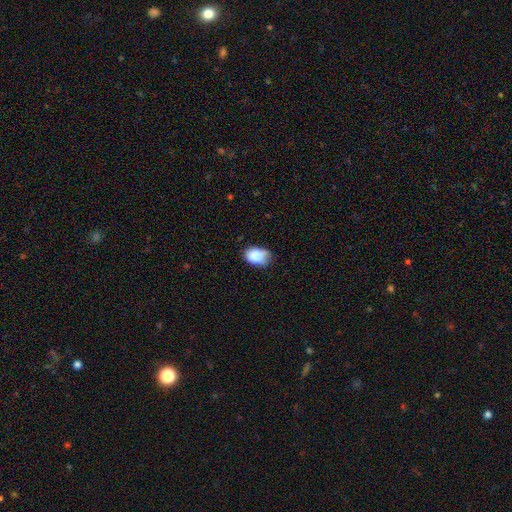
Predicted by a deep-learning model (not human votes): Smooth or featured? Predicted: smooth (p=0.84). How rounded? Predicted: in between (p=0.81). Merging? Predicted: none (p=0.54).